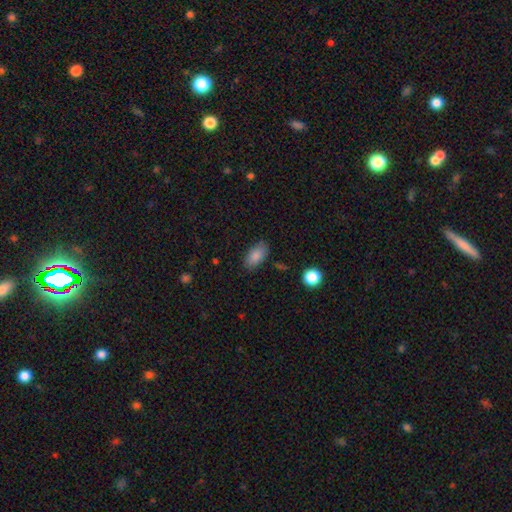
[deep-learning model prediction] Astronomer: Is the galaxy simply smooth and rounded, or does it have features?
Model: smooth — 86%.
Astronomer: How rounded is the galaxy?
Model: in between — 92%.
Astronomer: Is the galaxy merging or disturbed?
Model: none — 82%.